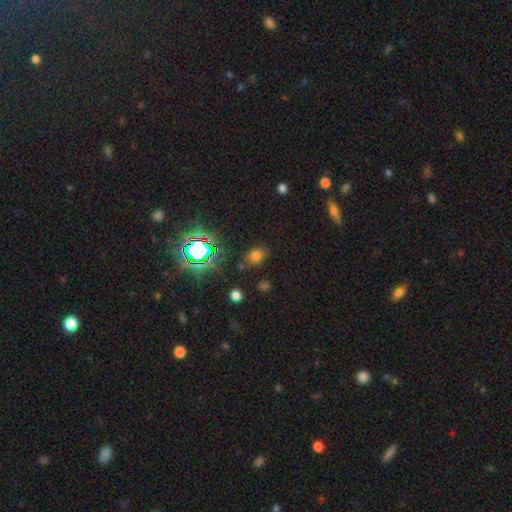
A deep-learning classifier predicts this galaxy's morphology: Smooth or featured? Predicted: smooth (p=0.63). How rounded? Predicted: in between (p=0.50). Merging? Predicted: none (p=0.83).